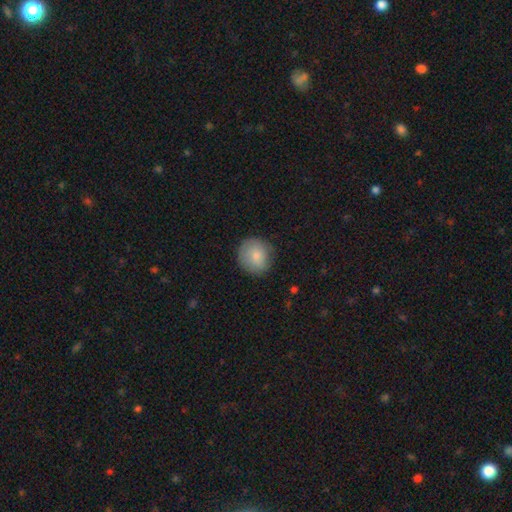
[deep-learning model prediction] This appears to be a smooth galaxy with no disk features (81%) that is round (88%). Merging: none (80%).